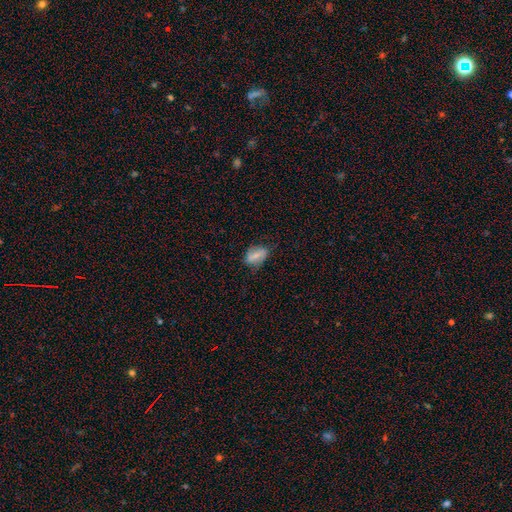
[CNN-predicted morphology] A smooth galaxy with no disk features (58%) that is in between round and cigar-shaped (82%). Merging: none (66%).